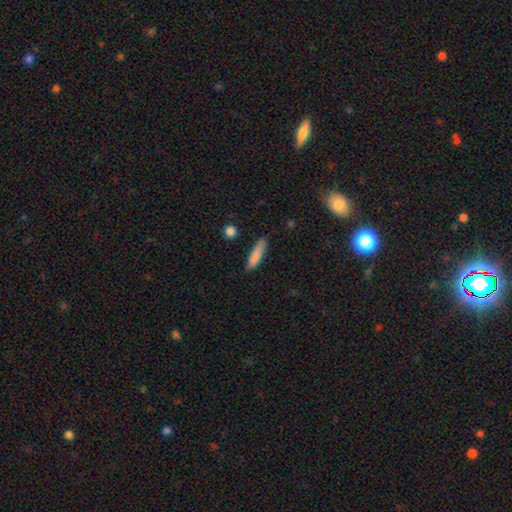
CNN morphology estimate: smooth 85%, featured or disk 9%, star or artifact 7%. Down the decision tree: how rounded — cigar-shaped (76%); merging — none (82%).